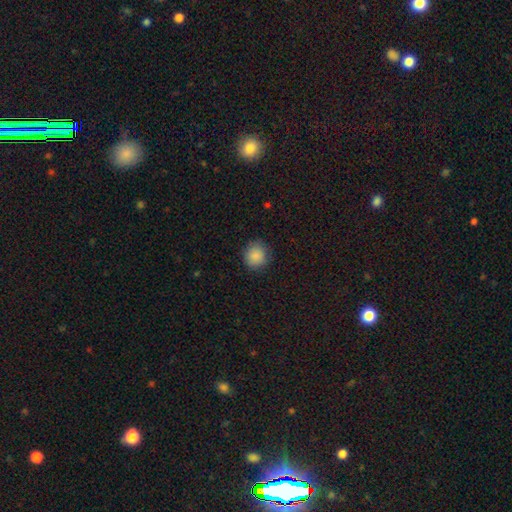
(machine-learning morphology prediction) Smooth or featured: smooth — 88% (star or artifact — 8%)
How rounded: round — 90% (in between — 9%)
Merging: none — 86% (minor disturbance — 11%)